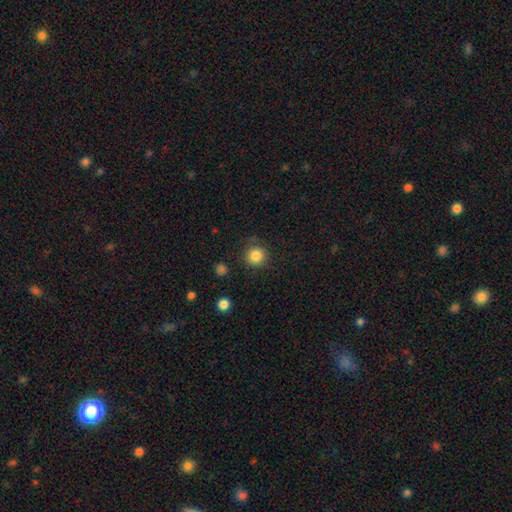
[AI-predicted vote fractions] A smooth galaxy with no disk features (85%) that is round (94%). Merging: none (84%).